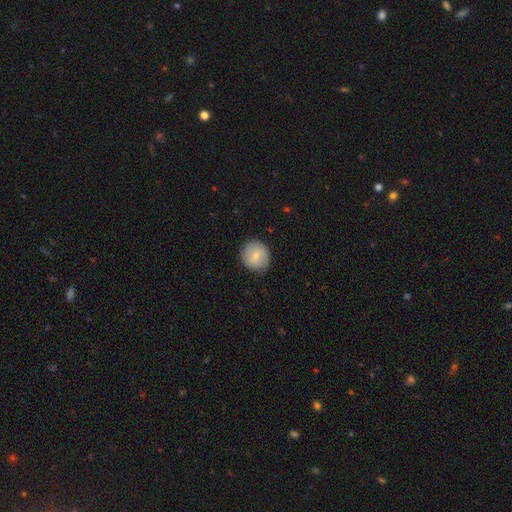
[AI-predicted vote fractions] This appears to be a smooth galaxy with no disk features (69%) that is round (90%). Merging: none (85%).